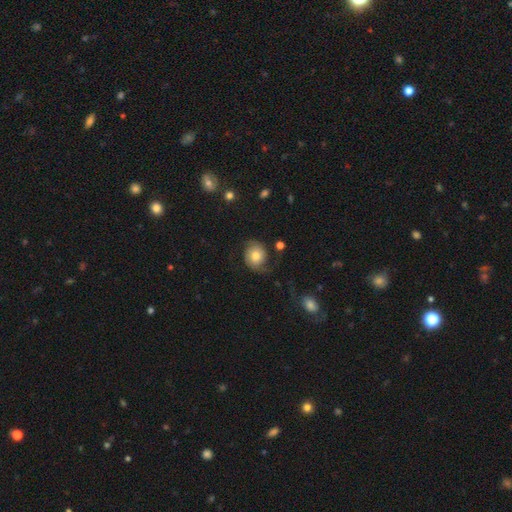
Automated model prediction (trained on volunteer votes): Overall: featured or disk (50%; smooth 42%). Merging: none (61%).